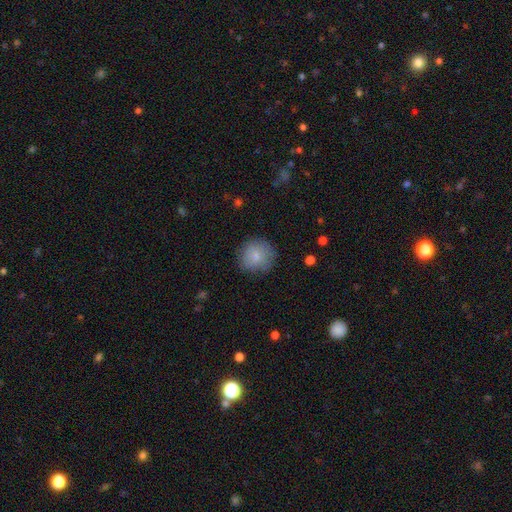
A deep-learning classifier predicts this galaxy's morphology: Q: Smooth or featured?
A: smooth (79%); runner-up: featured or disk (13%)
Q: How rounded?
A: round (90%); runner-up: in between (9%)
Q: Merging?
A: none (82%); runner-up: minor disturbance (13%)